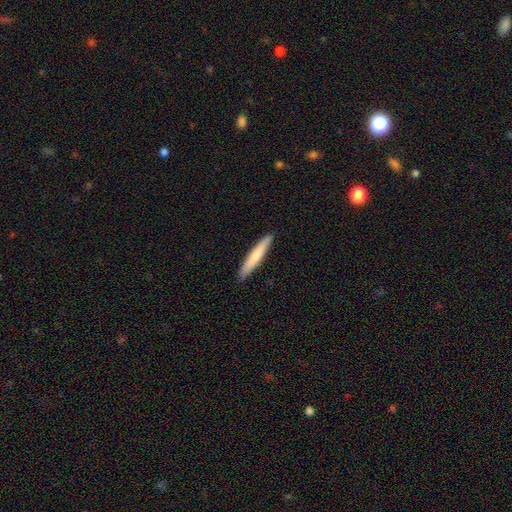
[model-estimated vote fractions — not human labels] Morphology: type=smooth (68%); roundness=cigar-shaped (93%); merging=none (92%).